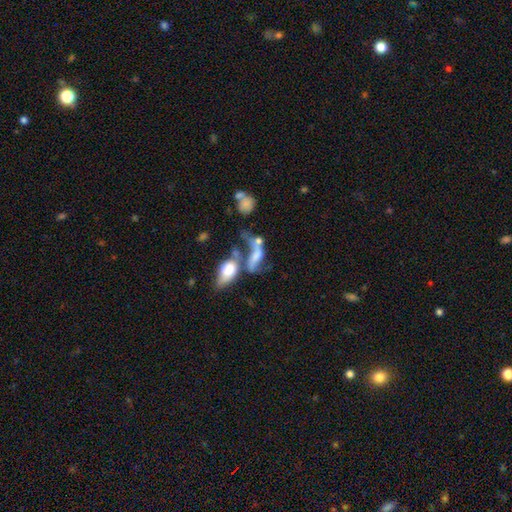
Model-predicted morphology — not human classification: Smooth or featured: featured or disk — 49% (smooth — 38%)
Merging: merger — 50% (major disturbance — 21%)